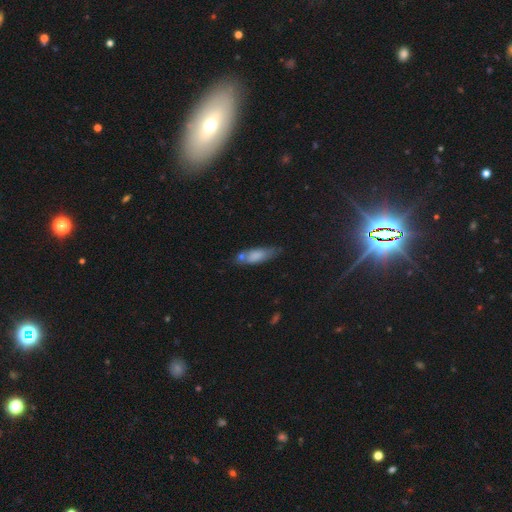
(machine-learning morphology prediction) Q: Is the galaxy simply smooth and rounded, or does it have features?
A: smooth — 77%.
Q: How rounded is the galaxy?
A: in between — 56%.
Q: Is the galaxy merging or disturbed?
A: none — 54%.